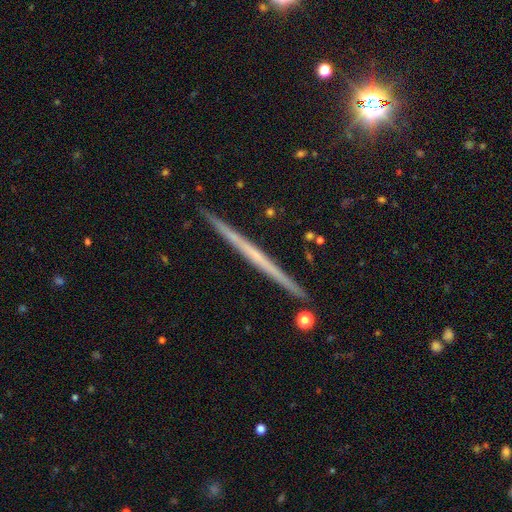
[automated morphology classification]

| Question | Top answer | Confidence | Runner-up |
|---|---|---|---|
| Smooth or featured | featured or disk | 69% | smooth (24%) |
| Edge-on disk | yes | 98% | no (2%) |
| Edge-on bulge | none | 86% | rounded (10%) |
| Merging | none | 92% | minor disturbance (5%) |